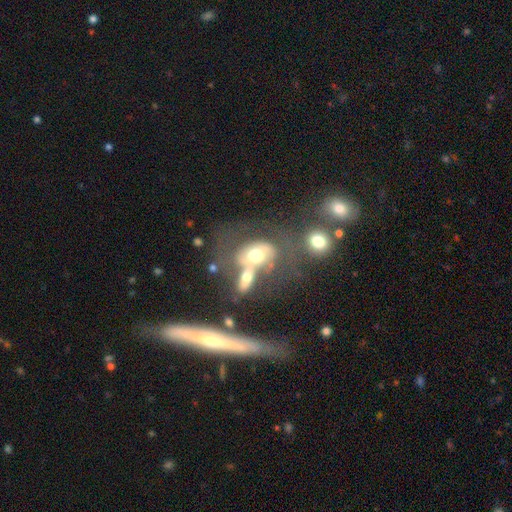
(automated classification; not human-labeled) Overall: featured or disk (46%; smooth 43%). Merging: merger (46%; none 25%).